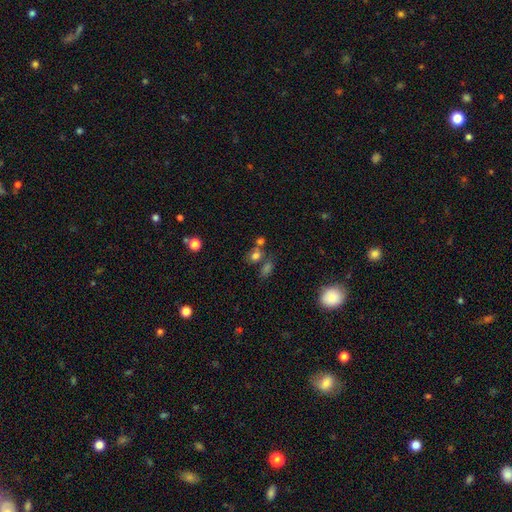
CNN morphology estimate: This is likely a smooth galaxy (72%). How rounded: possibly in between (53%). Merging: possibly none (51%).